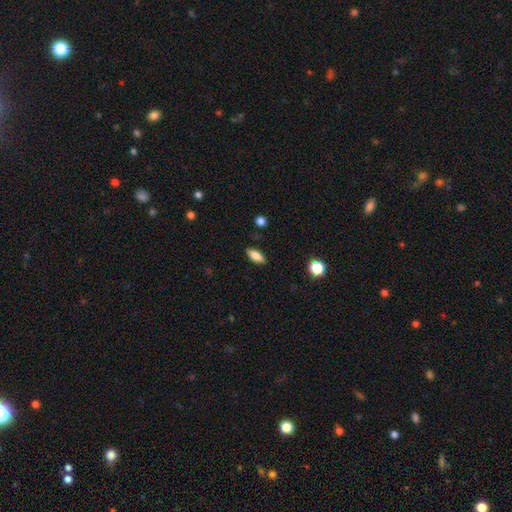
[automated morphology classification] Smooth or featured: smooth — 82% (featured or disk — 11%)
How rounded: in between — 78% (cigar-shaped — 19%)
Merging: none — 85% (minor disturbance — 11%)